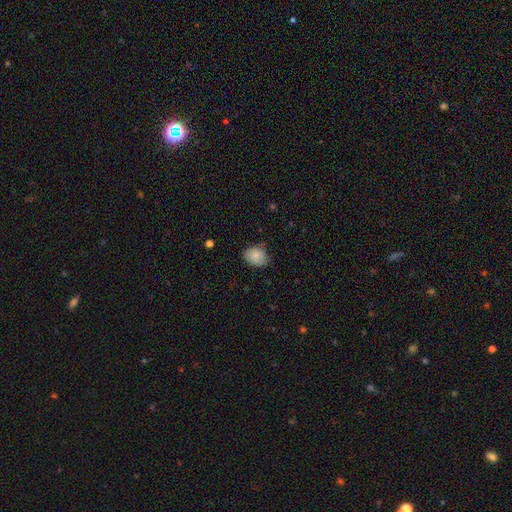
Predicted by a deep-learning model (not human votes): smooth_or_featured: smooth (p=0.82) [alt: featured or disk p=0.10]
how_rounded: in between (p=0.57) [alt: round p=0.42]
merging: none (p=0.61) [alt: minor disturbance p=0.32]